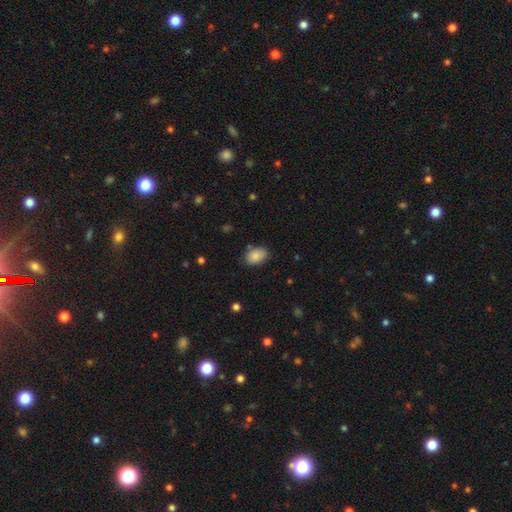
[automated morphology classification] This appears to be a smooth galaxy with no disk features (86%) that is in between round and cigar-shaped (85%). Merging: none (76%).